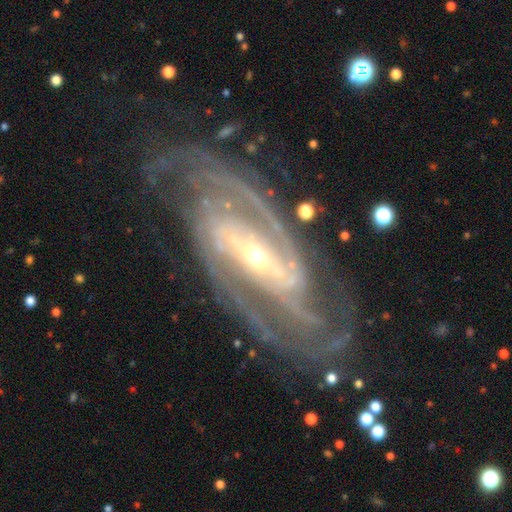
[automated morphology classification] featured or disk 93%, star or artifact 5%, smooth 3%. Down the decision tree: edge-on disk — no (96%); bar — strong (56%); spiral arms — yes (98%); spiral arm count — 2 (46%); spiral winding — tight (53%); bulge size — small (68%); merging — none (75%).